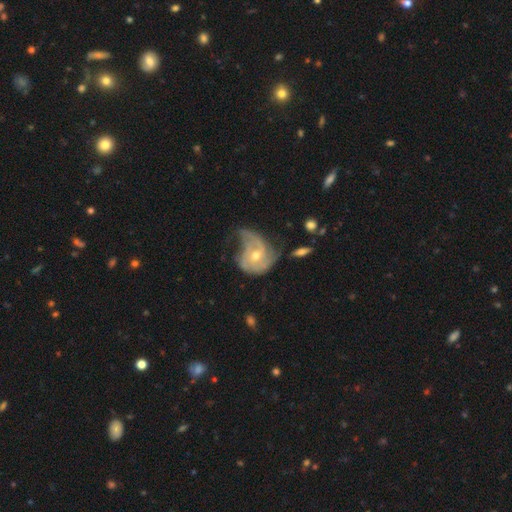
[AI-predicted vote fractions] Overall: featured or disk (76%). Edge-on disk: no (97%). Bar: no (70%). Spiral arms: yes (86%). Spiral arm count: 2 (39%; can't tell 24%). Spiral winding: medium (36%; tight 35%). Bulge size: moderate (55%; small 41%). Merging: major disturbance (34%; minor disturbance 31%).